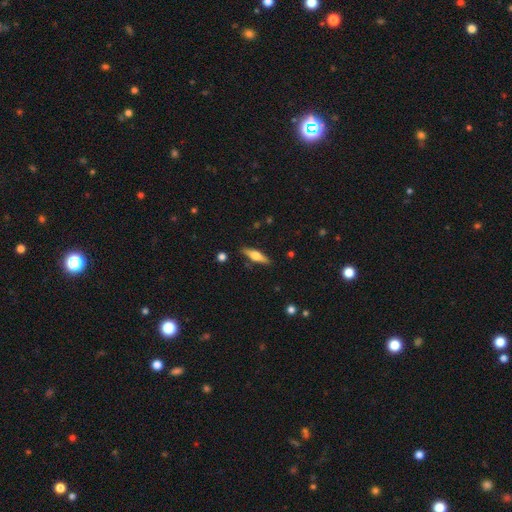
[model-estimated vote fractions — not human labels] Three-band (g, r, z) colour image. It shows a featured or disk galaxy (53%) viewed edge-on (94%) with a rounded central bulge (92%). Merging: none (87%).